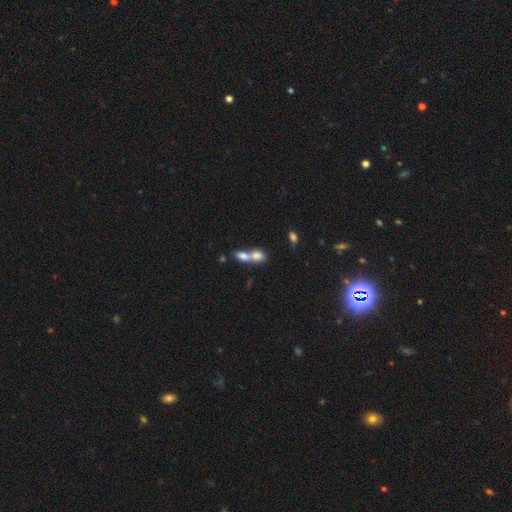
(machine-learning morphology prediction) Smooth or featured: smooth — 75% (featured or disk — 16%)
How rounded: in between — 68% (round — 25%)
Merging: merger — 75% (none — 17%)